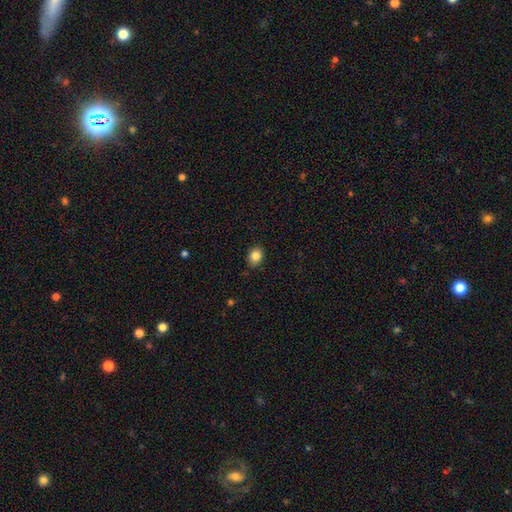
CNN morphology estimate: smooth 84%, star or artifact 10%, featured or disk 6%. Down the decision tree: how rounded — in between (52%); merging — none (87%).